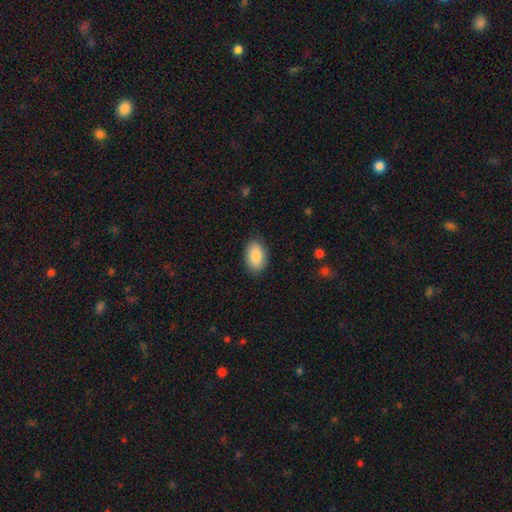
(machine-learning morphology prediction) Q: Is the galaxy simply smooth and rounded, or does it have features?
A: smooth — 86%.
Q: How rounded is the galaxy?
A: in between — 91%.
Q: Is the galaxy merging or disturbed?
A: none — 86%.